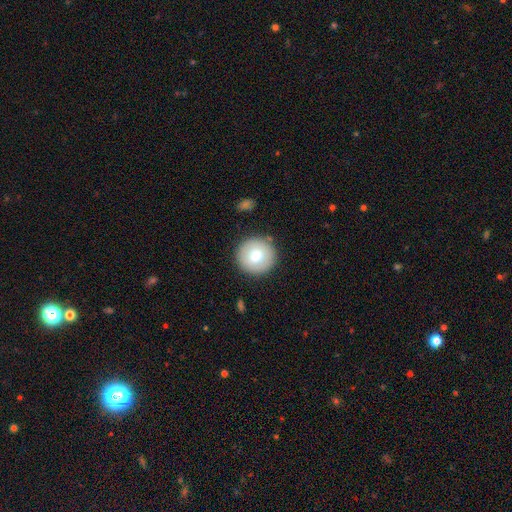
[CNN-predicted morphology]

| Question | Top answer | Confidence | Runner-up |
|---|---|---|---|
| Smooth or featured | smooth | 74% | featured or disk (18%) |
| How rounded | round | 95% | in between (4%) |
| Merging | none | 88% | minor disturbance (8%) |